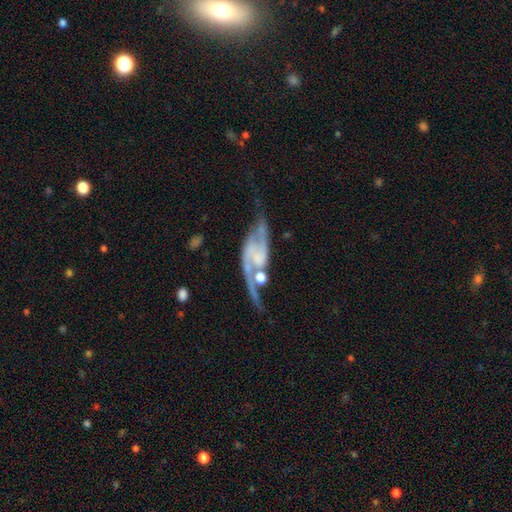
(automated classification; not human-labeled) featured or disk 86%, smooth 8%, star or artifact 6%. Down the decision tree: edge-on disk — no (93%); bar — no (52%); spiral arms — yes (95%); spiral arm count — 2 (90%); spiral winding — loose (42%); bulge size — none (46%); merging — none (46%).